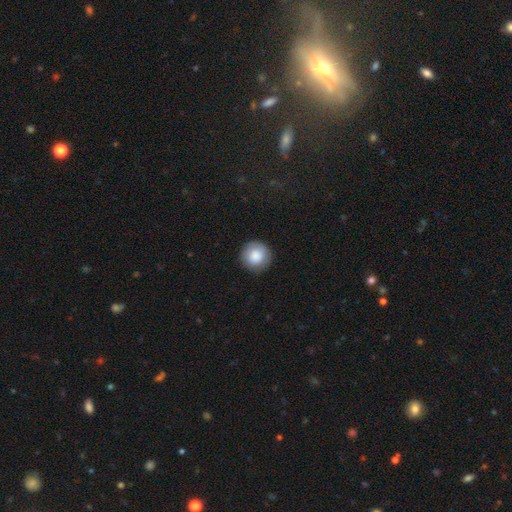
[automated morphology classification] smooth 86%, star or artifact 7%, featured or disk 7%. Down the decision tree: how rounded — round (96%); merging — none (89%).